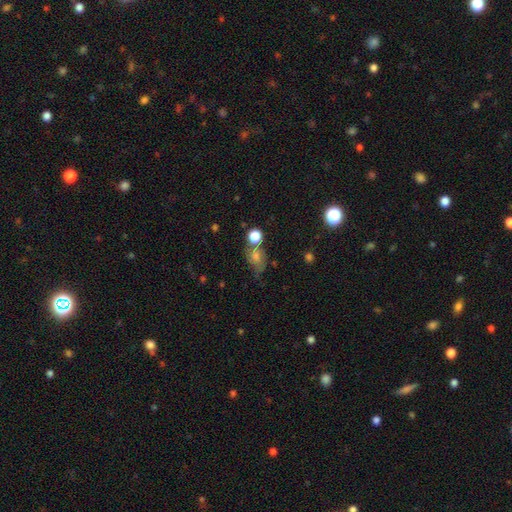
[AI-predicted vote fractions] The model was most divided on "smooth or featured": smooth: 45%, featured or disk: 29%, star or artifact: 27%. Remaining: merging — none (48%).